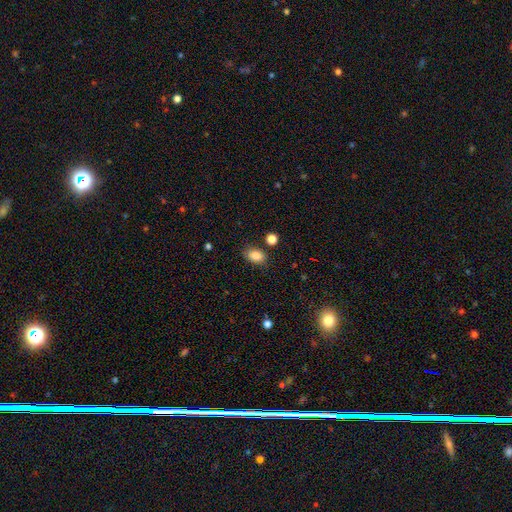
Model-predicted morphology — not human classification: Smooth or featured? smooth (85%)
How rounded? in between (81%)
Merging? none (80%)